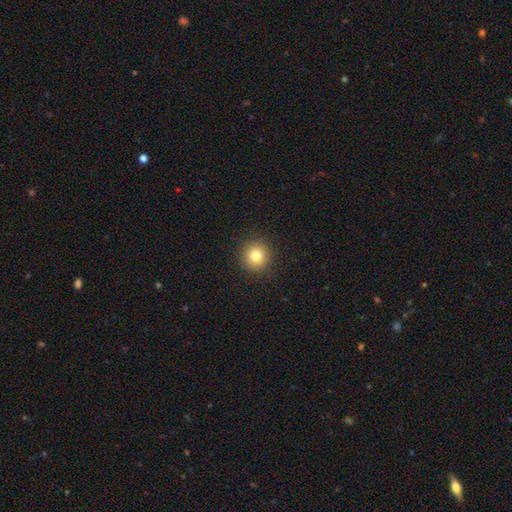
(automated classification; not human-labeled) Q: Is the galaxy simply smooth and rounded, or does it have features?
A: smooth — 81%.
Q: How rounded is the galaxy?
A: round — 94%.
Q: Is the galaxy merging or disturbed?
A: none — 92%.